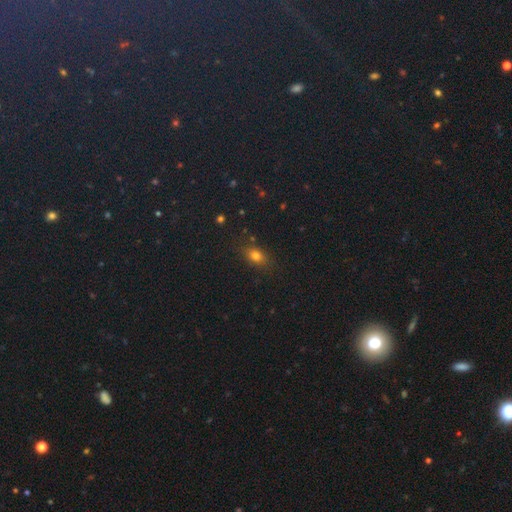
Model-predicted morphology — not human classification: A smooth galaxy with no disk features (76%) that is in between round and cigar-shaped (68%).

Vote fractions:
- Smooth or featured? smooth: 76% / star or artifact: 16% / featured or disk: 9%
- How rounded? in between: 68% / round: 29% / cigar-shaped: 3%
- Merging? none: 82% / minor disturbance: 13% / major disturbance: 3% / merger: 2%